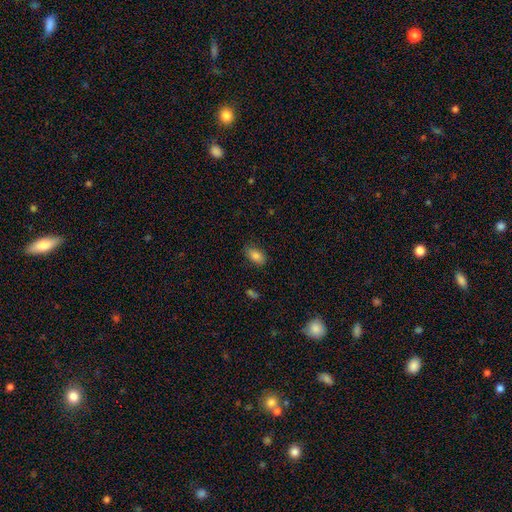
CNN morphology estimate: Smooth or featured? smooth (85%)
How rounded? in between (91%)
Merging? none (80%)